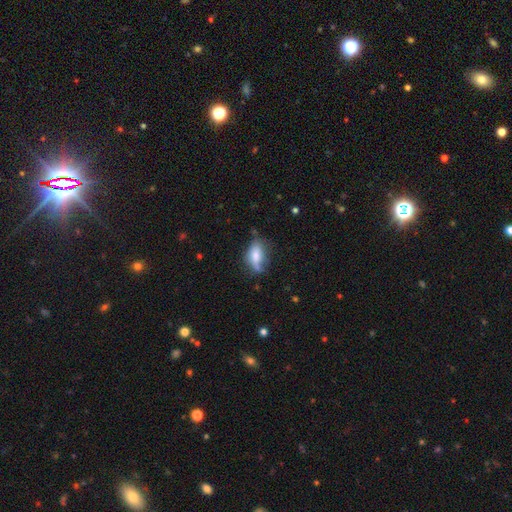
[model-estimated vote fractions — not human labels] The model was most divided on "merging": none: 50%, minor disturbance: 32%, major disturbance: 11%, merger: 7%. More confident: how rounded — in between (84%); smooth or featured — smooth (66%).